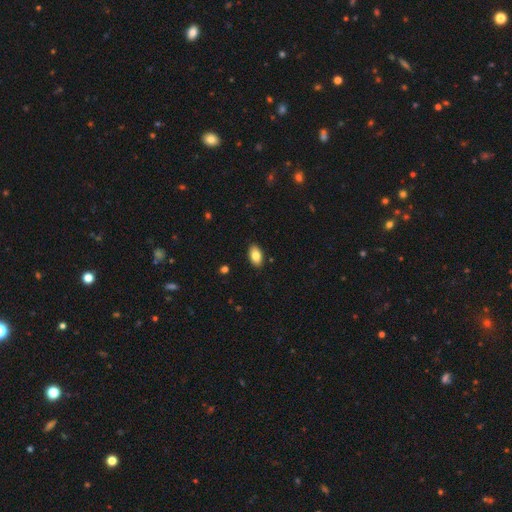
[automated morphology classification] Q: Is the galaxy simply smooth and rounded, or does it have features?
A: smooth — 83%.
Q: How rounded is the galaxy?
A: in between — 93%.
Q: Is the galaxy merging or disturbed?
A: none — 89%.